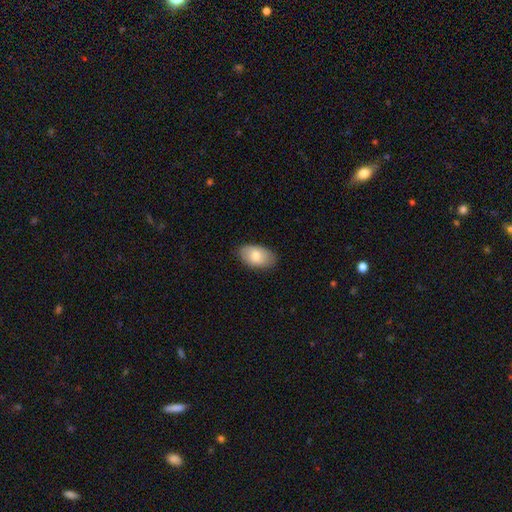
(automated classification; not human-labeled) Smooth or featured?
  - smooth: 78% *
  - featured or disk: 16%
  - star or artifact: 6%
How rounded?
  - in between: 93% *
  - round: 6%
  - cigar-shaped: 1%
Merging?
  - none: 85% *
  - minor disturbance: 12%
  - major disturbance: 2%
  - merger: 1%